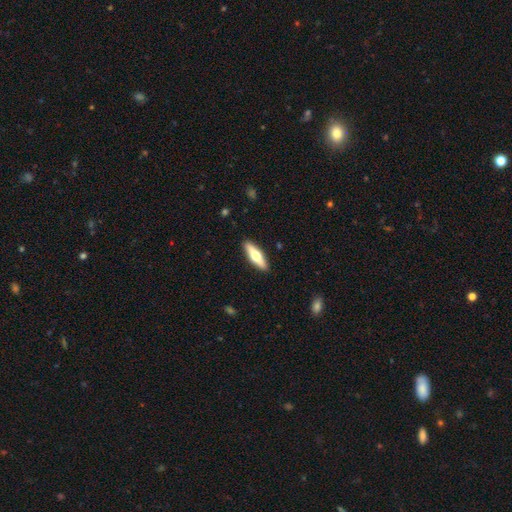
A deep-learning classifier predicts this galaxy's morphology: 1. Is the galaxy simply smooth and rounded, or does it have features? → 49% featured or disk, 45% smooth, 5% star or artifact.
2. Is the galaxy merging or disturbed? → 91% none, 7% minor disturbance, 2% major disturbance, 1% merger.